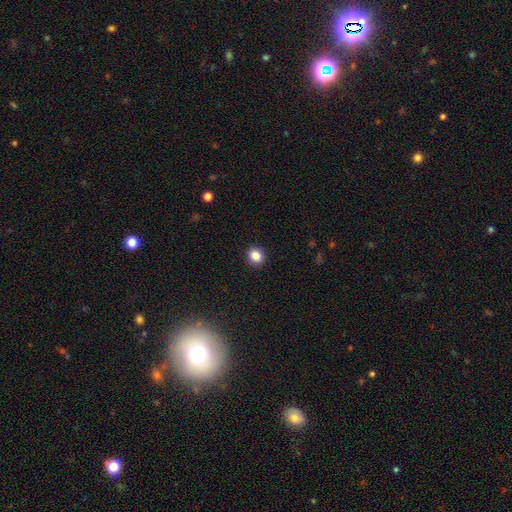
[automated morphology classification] Smooth or featured? smooth (85%)
How rounded? round (72%)
Merging? none (92%)